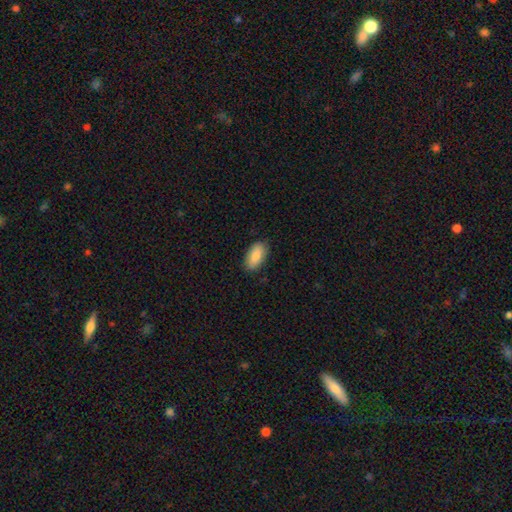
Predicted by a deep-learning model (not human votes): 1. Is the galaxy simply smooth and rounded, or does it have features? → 86% smooth, 8% featured or disk, 6% star or artifact.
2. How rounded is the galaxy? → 91% in between, 7% cigar-shaped, 2% round.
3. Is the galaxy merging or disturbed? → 86% none, 11% minor disturbance, 2% major disturbance, 1% merger.